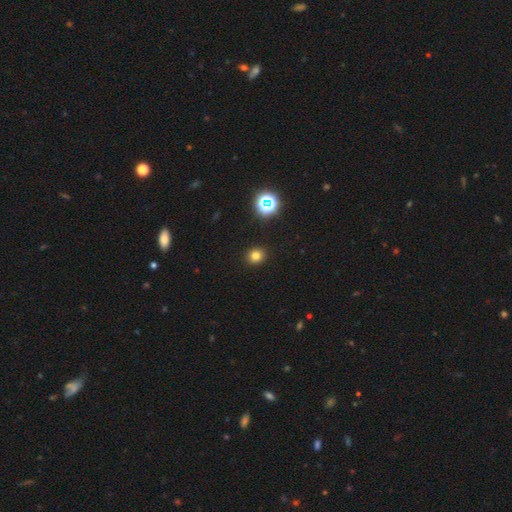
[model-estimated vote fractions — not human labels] Smooth or featured? Predicted: smooth (p=0.78). How rounded? Predicted: round (p=0.81). Merging? Predicted: none (p=0.92).